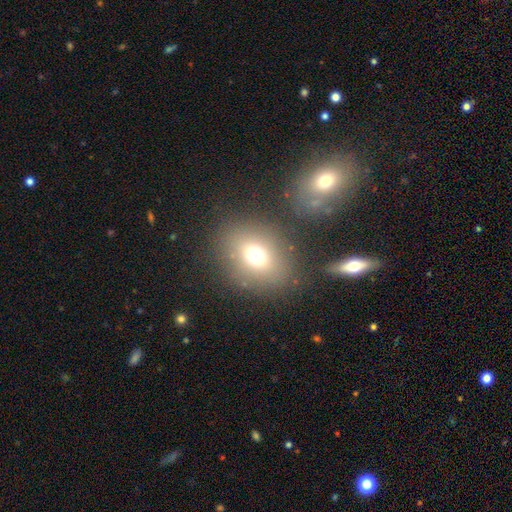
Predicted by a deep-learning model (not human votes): This appears to be a smooth galaxy with no disk features (70%) that is round (54%). Merging: none (78%).